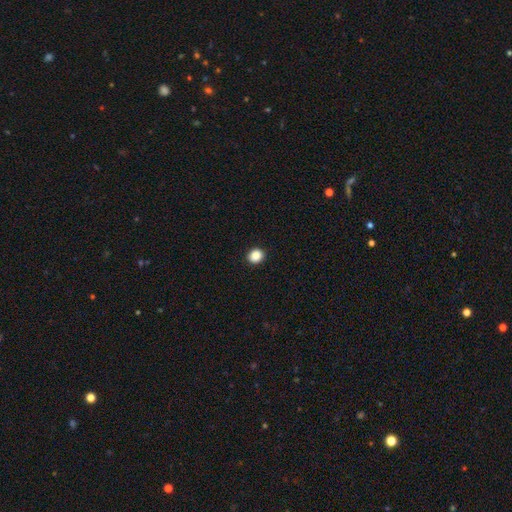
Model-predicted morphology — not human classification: smooth_or_featured: smooth (p=0.88) [alt: star or artifact p=0.10]
how_rounded: round (p=0.81) [alt: in between p=0.18]
merging: none (p=0.92) [alt: minor disturbance p=0.05]